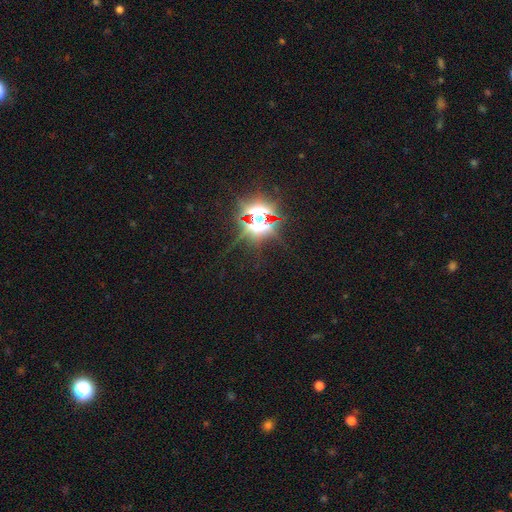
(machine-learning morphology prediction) smooth-or-featured: star or artifact: 81% | smooth: 12% | featured or disk: 7%